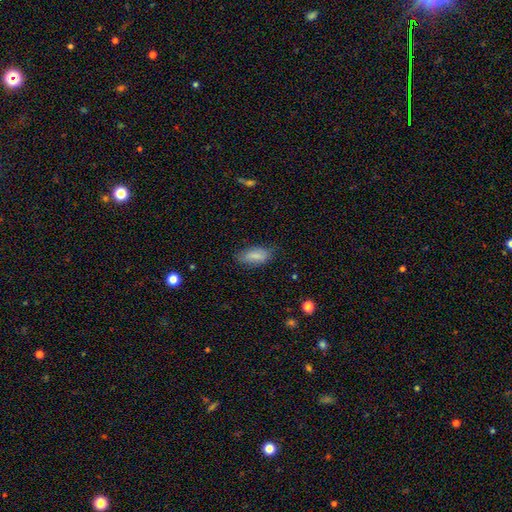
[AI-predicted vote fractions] Smooth or featured: smooth — 83% (featured or disk — 10%)
How rounded: in between — 82% (cigar-shaped — 15%)
Merging: none — 75% (minor disturbance — 20%)